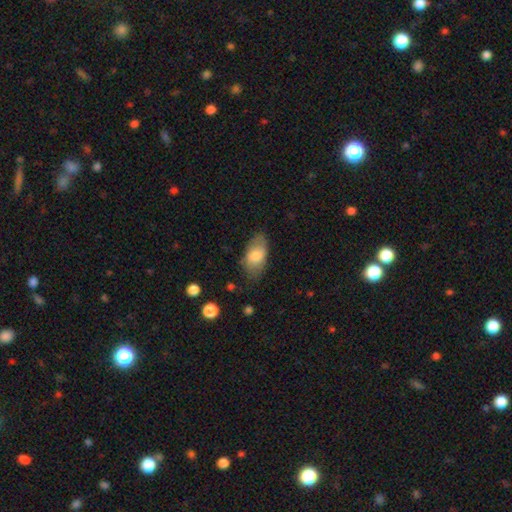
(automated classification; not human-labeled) This appears to be a smooth galaxy with no disk features (77%) that is in between round and cigar-shaped (93%). Merging: none (71%).